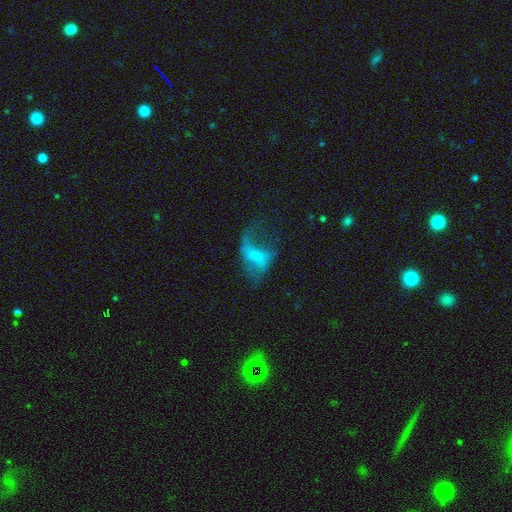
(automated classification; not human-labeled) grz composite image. It shows a featured or disk galaxy (60%) with a weak bar (44%), spiral arms (59%) and a small central bulge (34%). Merging: major disturbance (45%).